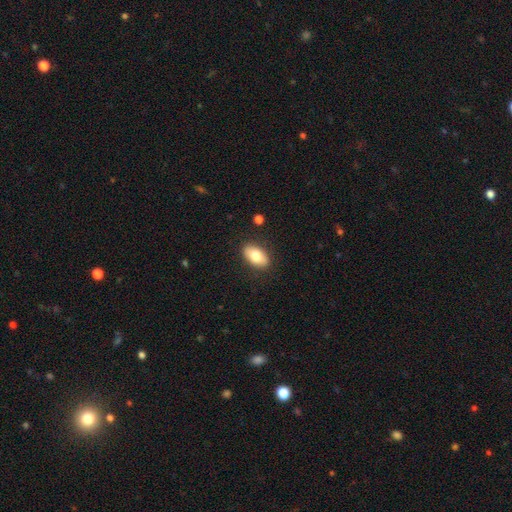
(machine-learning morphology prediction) Smooth or featured: smooth — 79% (featured or disk — 15%)
How rounded: in between — 92% (round — 5%)
Merging: none — 87% (minor disturbance — 10%)